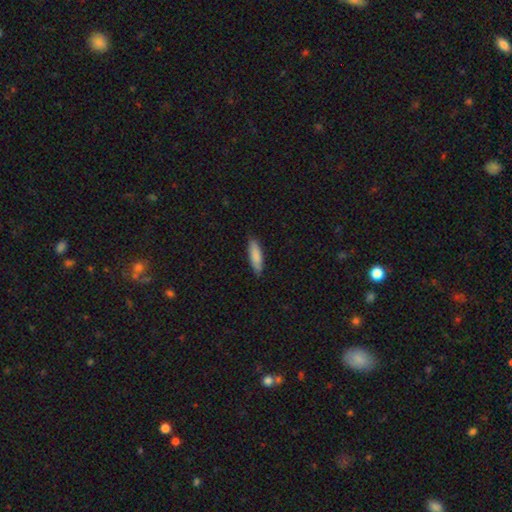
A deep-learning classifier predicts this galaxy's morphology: The model was most divided on "how rounded": cigar-shaped: 58%, in between: 41%, round: 1%. More confident: smooth or featured — smooth (85%); merging — none (85%).